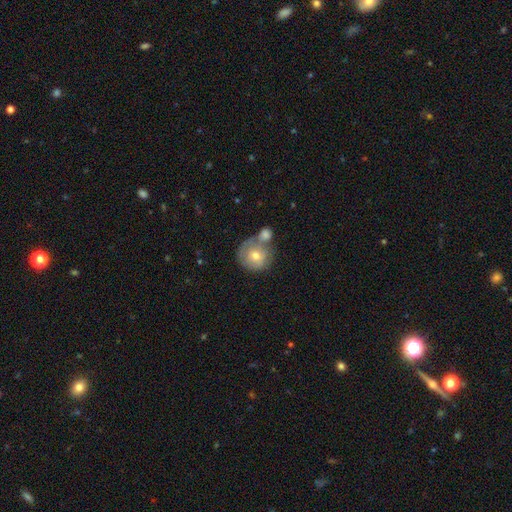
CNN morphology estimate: Smooth or featured? smooth (65%)
How rounded? round (89%)
Merging? none (41%)